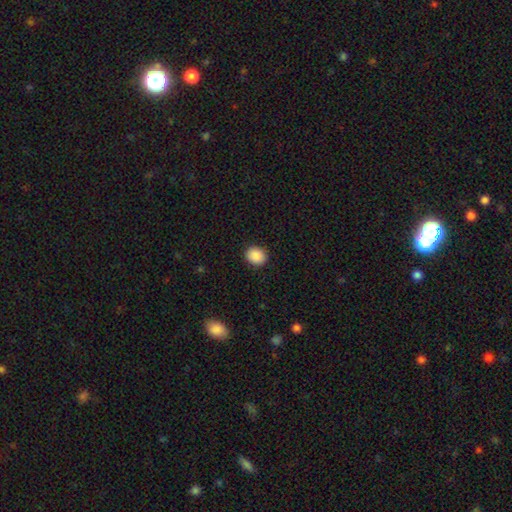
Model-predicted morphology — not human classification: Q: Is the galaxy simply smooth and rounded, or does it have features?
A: smooth — 88%.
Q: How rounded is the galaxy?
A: round — 66%.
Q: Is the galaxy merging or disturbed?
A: none — 91%.